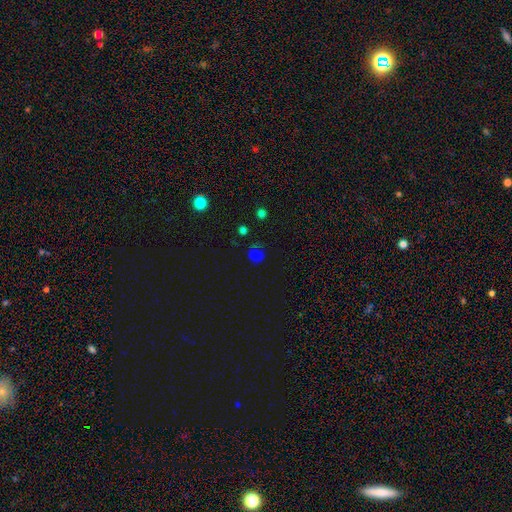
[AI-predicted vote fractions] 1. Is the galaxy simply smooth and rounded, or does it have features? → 53% smooth, 35% star or artifact, 12% featured or disk.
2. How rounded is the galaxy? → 76% round, 22% in between, 1% cigar-shaped.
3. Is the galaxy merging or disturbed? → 56% none, 23% minor disturbance, 17% major disturbance, 5% merger.